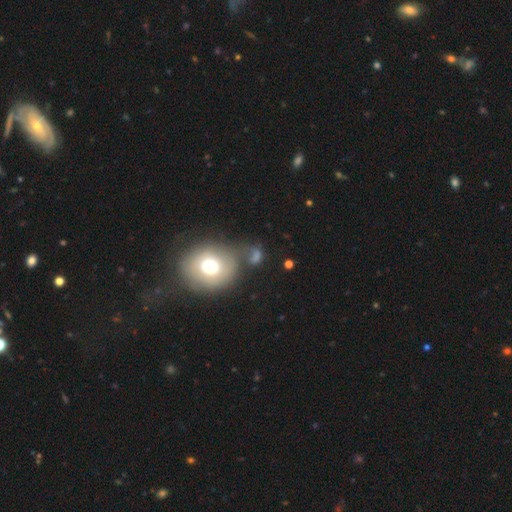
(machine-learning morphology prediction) Smooth or featured?
  - smooth: 59% *
  - featured or disk: 22%
  - star or artifact: 19%
How rounded?
  - round: 63% *
  - in between: 33%
  - cigar-shaped: 3%
Merging?
  - none: 50% *
  - merger: 23%
  - minor disturbance: 16%
  - major disturbance: 12%